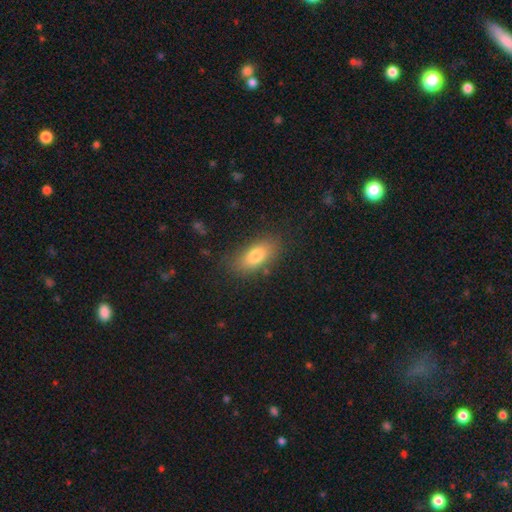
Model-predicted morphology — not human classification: type=smooth (79%); roundness=in between (84%); merging=none (81%).